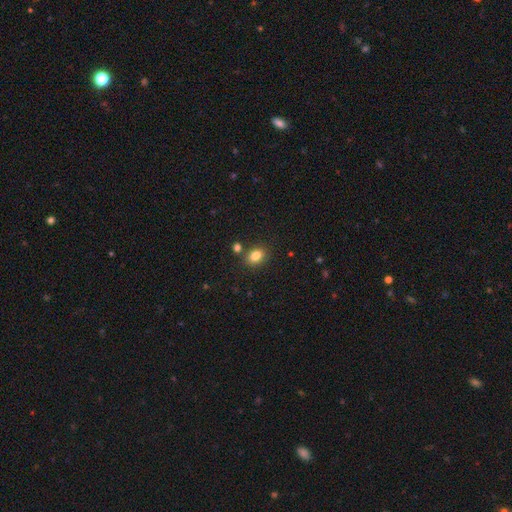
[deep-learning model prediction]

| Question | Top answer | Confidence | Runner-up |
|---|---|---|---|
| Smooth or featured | smooth | 83% | star or artifact (11%) |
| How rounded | in between | 60% | round (39%) |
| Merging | none | 78% | minor disturbance (10%) |